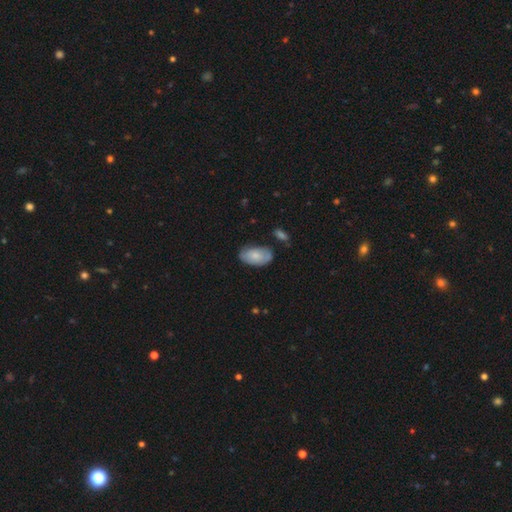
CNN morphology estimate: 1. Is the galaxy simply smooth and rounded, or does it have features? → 69% smooth, 25% featured or disk, 6% star or artifact.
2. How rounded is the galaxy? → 94% in between, 5% round, 2% cigar-shaped.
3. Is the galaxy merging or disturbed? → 64% none, 27% minor disturbance, 6% major disturbance, 3% merger.